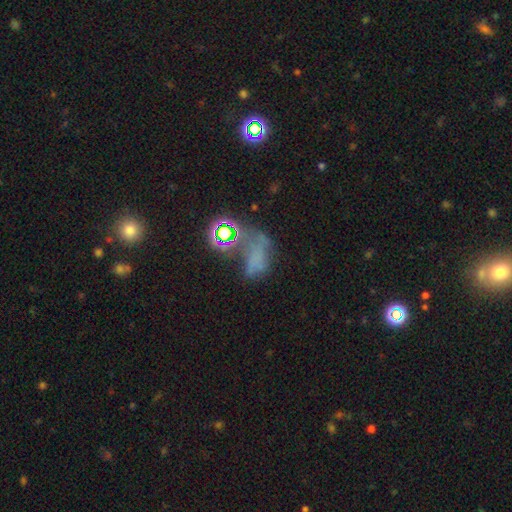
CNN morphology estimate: smooth-or-featured: star or artifact: 38% | smooth: 37% | featured or disk: 25%